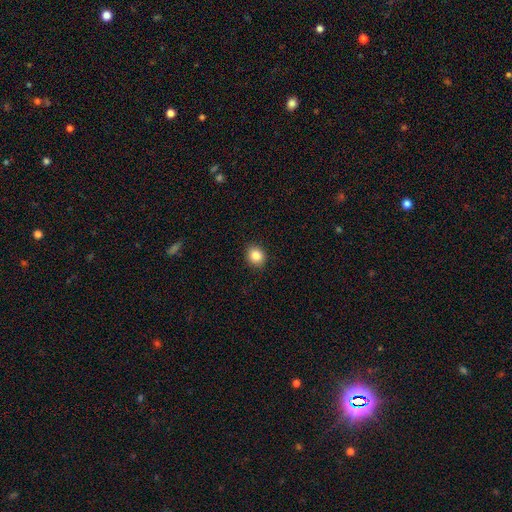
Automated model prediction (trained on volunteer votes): A smooth galaxy with no disk features (84%) that is round (69%).

Vote fractions:
- Smooth or featured? smooth: 84% / star or artifact: 10% / featured or disk: 6%
- How rounded? round: 69% / in between: 30% / cigar-shaped: 1%
- Merging? none: 91% / minor disturbance: 7% / major disturbance: 2% / merger: 1%